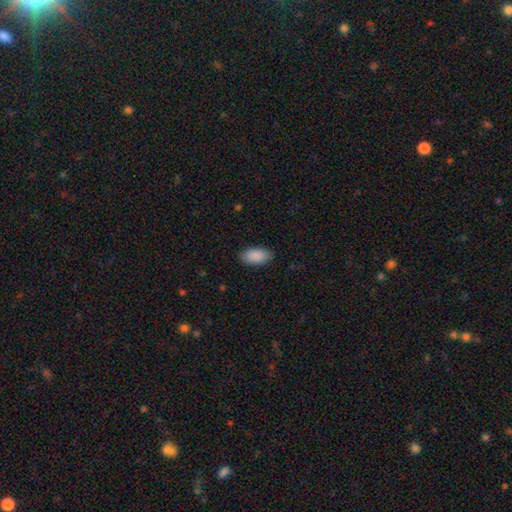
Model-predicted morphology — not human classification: Smooth or featured? Predicted: smooth (p=0.90). How rounded? Predicted: in between (p=0.95). Merging? Predicted: none (p=0.88).